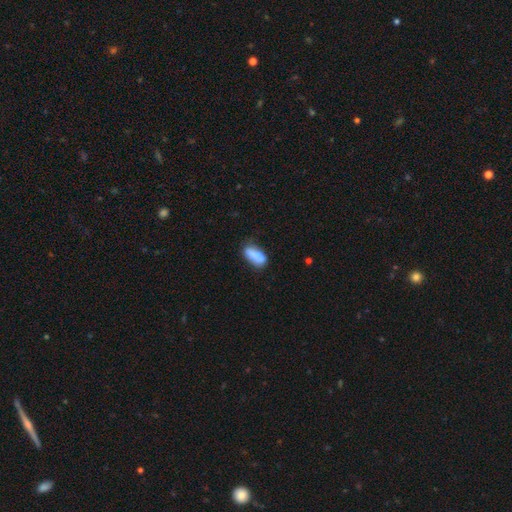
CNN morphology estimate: type=smooth (79%); roundness=in between (79%); merging=none (55%).